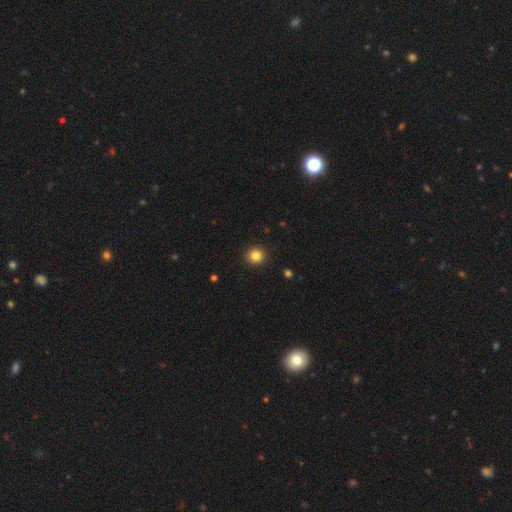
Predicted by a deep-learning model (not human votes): Q: Smooth or featured?
A: smooth (85%); runner-up: star or artifact (11%)
Q: How rounded?
A: round (91%); runner-up: in between (8%)
Q: Merging?
A: none (93%); runner-up: minor disturbance (5%)